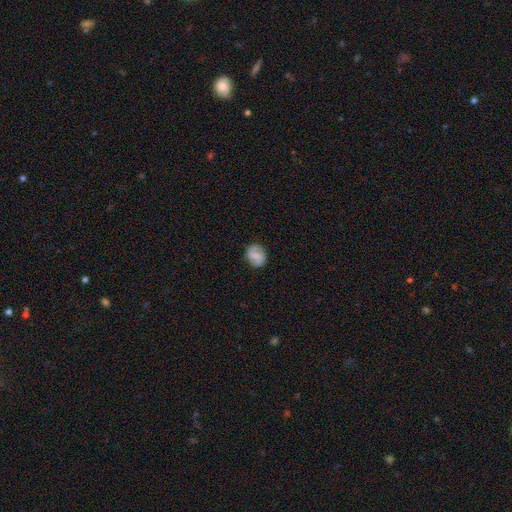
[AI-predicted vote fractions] Smooth or featured: smooth — 48% (featured or disk — 44%)
Merging: none — 84% (minor disturbance — 12%)